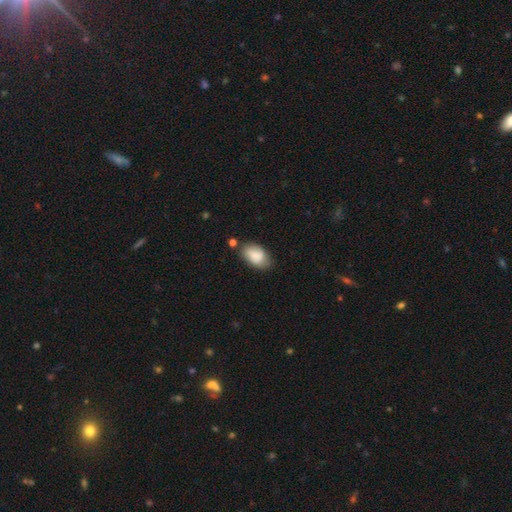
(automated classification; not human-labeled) Overall: smooth (83%). How rounded: in between (92%). Merging: none (65%).